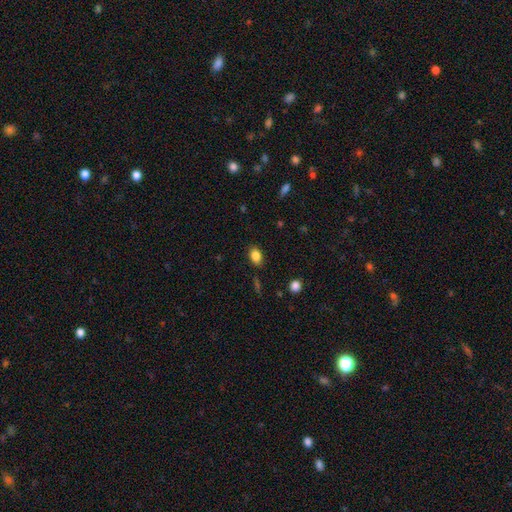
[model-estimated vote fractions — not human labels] This appears to be a smooth galaxy with no disk features (85%) that is in between round and cigar-shaped (82%). Merging: none (86%).